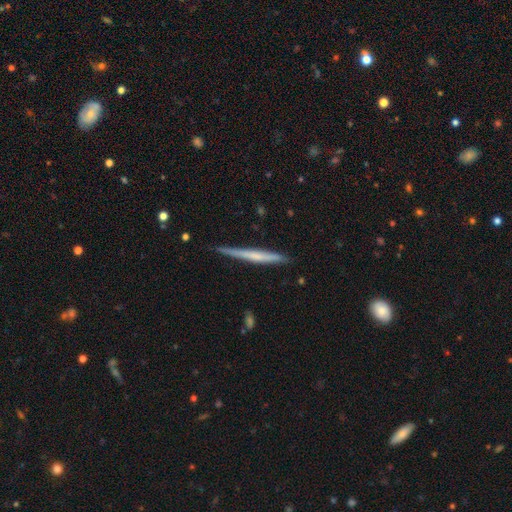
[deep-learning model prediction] smooth_or_featured: featured or disk (p=0.51) [alt: smooth p=0.43]
disk_edge_on: yes (p=0.97) [alt: no p=0.03]
merging: none (p=0.85) [alt: minor disturbance p=0.12]